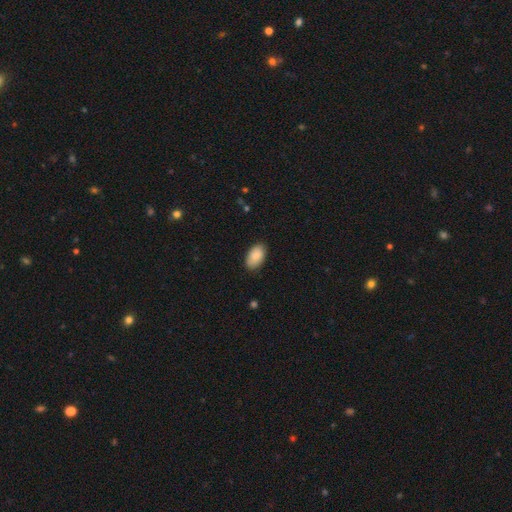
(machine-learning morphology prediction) Q: Smooth or featured?
A: smooth (89%); runner-up: star or artifact (6%)
Q: How rounded?
A: in between (94%); runner-up: round (4%)
Q: Merging?
A: none (85%); runner-up: minor disturbance (12%)